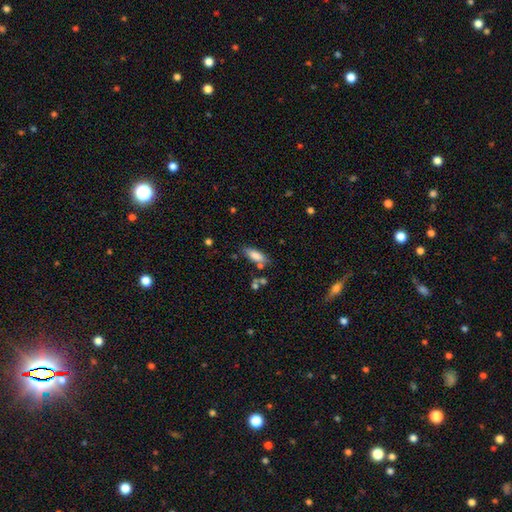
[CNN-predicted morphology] The model was most divided on "merging": none: 66%, minor disturbance: 19%, merger: 9%, major disturbance: 6%. More confident: smooth or featured — smooth (82%); how rounded — in between (75%).